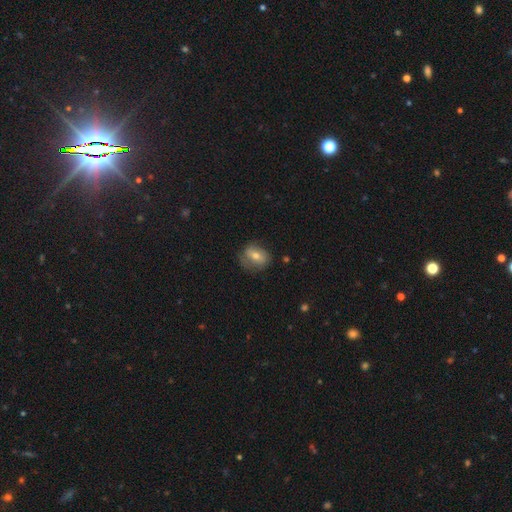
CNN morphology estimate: This is possibly a smooth galaxy (59%). How rounded: possibly in between (60%). Merging: likely none (65%).